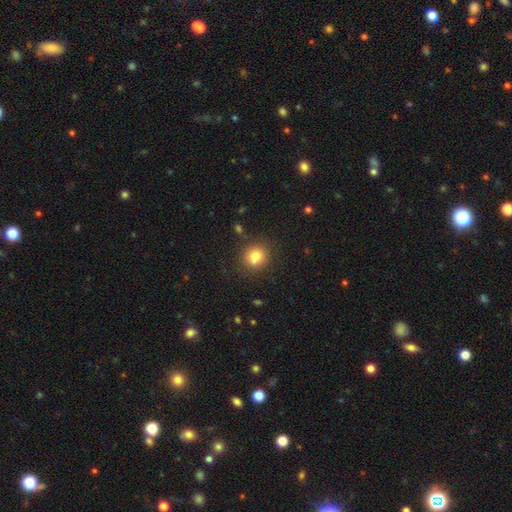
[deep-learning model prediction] Smooth or featured?
  - smooth: 74% *
  - featured or disk: 13%
  - star or artifact: 12%
How rounded?
  - round: 87% *
  - in between: 12%
  - cigar-shaped: 1%
Merging?
  - none: 65% *
  - merger: 21%
  - minor disturbance: 11%
  - major disturbance: 4%